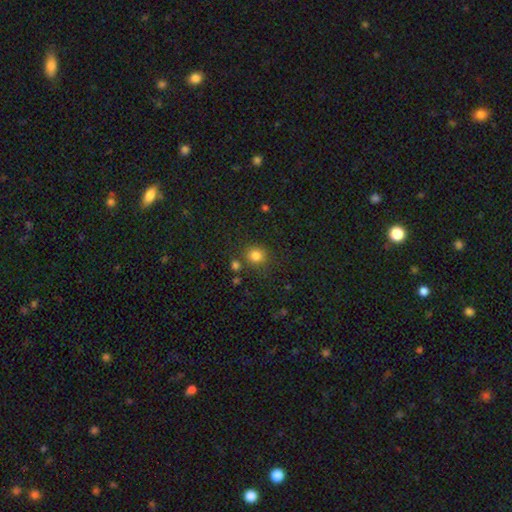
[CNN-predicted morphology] Smooth or featured: smooth — 82% (star or artifact — 13%)
How rounded: round — 88% (in between — 11%)
Merging: none — 80% (minor disturbance — 9%)